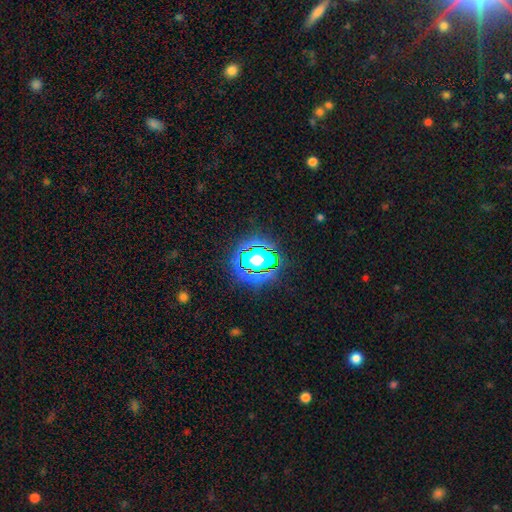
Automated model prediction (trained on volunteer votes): A star or artifact, not a galaxy (76%).

Vote fractions:
- Smooth or featured? star or artifact: 76% / smooth: 15% / featured or disk: 9%